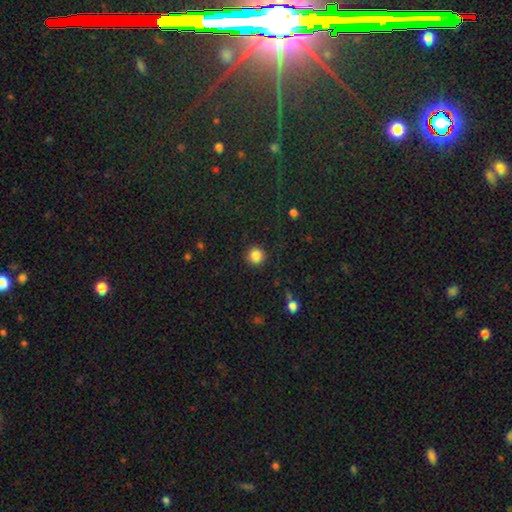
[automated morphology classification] A smooth galaxy with no disk features (86%) that is round (94%).

Vote fractions:
- Smooth or featured? smooth: 86% / star or artifact: 10% / featured or disk: 4%
- How rounded? round: 94% / in between: 5% / cigar-shaped: 1%
- Merging? none: 91% / minor disturbance: 6% / major disturbance: 2% / merger: 1%